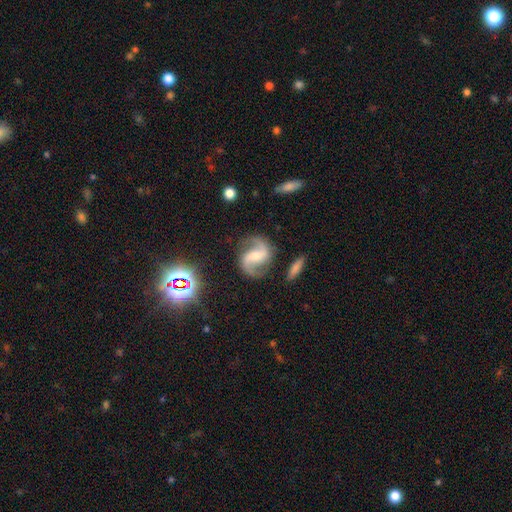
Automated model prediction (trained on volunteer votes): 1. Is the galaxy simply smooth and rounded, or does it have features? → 88% featured or disk, 6% smooth, 6% star or artifact.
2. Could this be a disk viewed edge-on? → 98% no, 2% yes.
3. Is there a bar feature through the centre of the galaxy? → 43% weak, 31% no, 27% strong.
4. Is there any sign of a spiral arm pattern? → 97% yes, 3% no.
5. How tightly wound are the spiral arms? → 50% medium, 39% loose, 11% tight.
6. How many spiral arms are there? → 94% 2, 2% can't tell, 1% 1, 1% 3, 1% 4, 1% more than 4.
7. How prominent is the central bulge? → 47% moderate, 41% small, 5% none, 5% large, 1% dominant.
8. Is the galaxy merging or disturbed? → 82% none, 12% minor disturbance, 4% major disturbance, 2% merger.